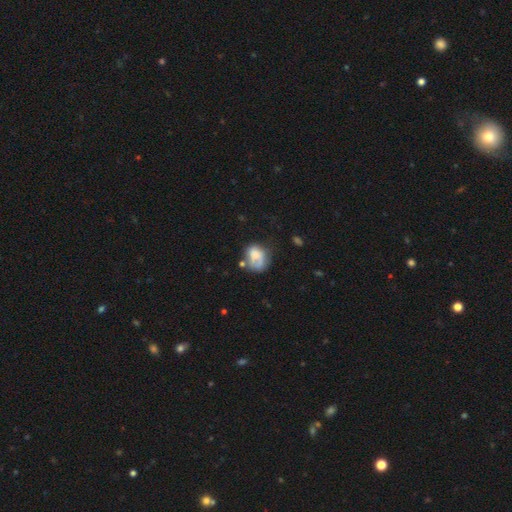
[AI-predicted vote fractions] smooth_or_featured: smooth (p=0.62) [alt: featured or disk p=0.29]
how_rounded: in between (p=0.52) [alt: round p=0.47]
merging: none (p=0.36) [alt: minor disturbance p=0.27]